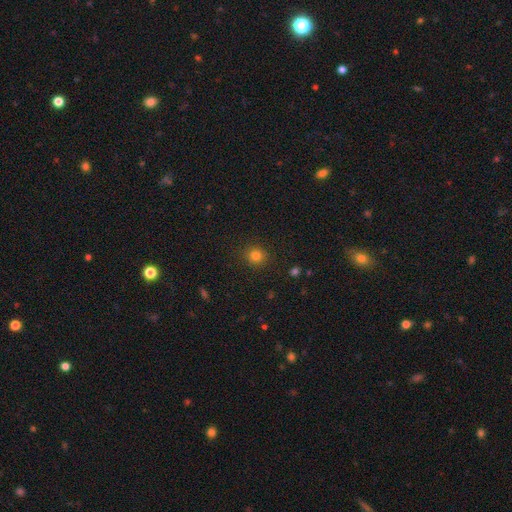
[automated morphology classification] Q: Smooth or featured?
A: smooth (81%); runner-up: star or artifact (14%)
Q: How rounded?
A: round (85%); runner-up: in between (14%)
Q: Merging?
A: none (88%); runner-up: minor disturbance (8%)